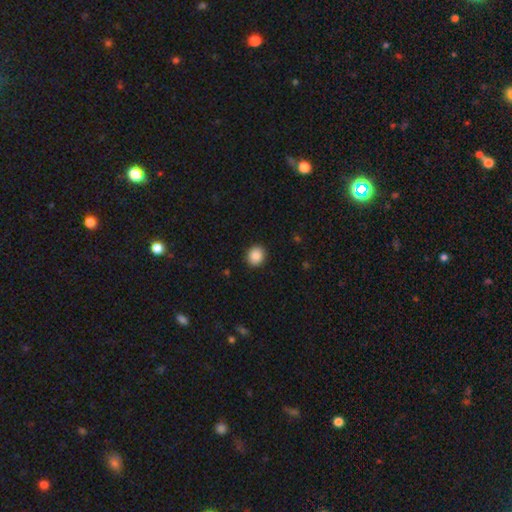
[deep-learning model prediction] Smooth or featured?
  - smooth: 89% *
  - star or artifact: 8%
  - featured or disk: 3%
How rounded?
  - round: 74% *
  - in between: 25%
  - cigar-shaped: 1%
Merging?
  - none: 92% *
  - minor disturbance: 6%
  - major disturbance: 2%
  - merger: 1%